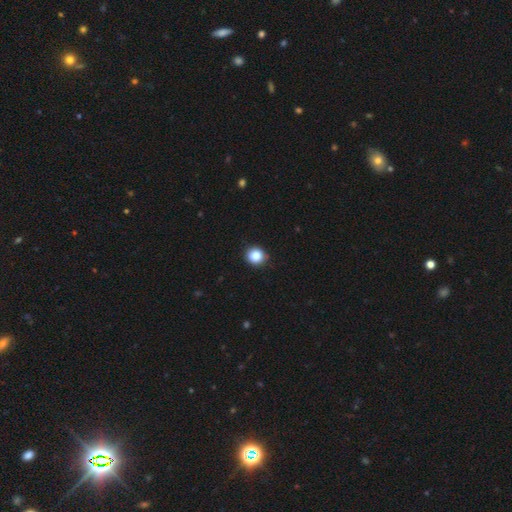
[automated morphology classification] smooth_or_featured: smooth (p=0.87) [alt: star or artifact p=0.10]
how_rounded: round (p=0.84) [alt: in between p=0.15]
merging: none (p=0.90) [alt: minor disturbance p=0.08]